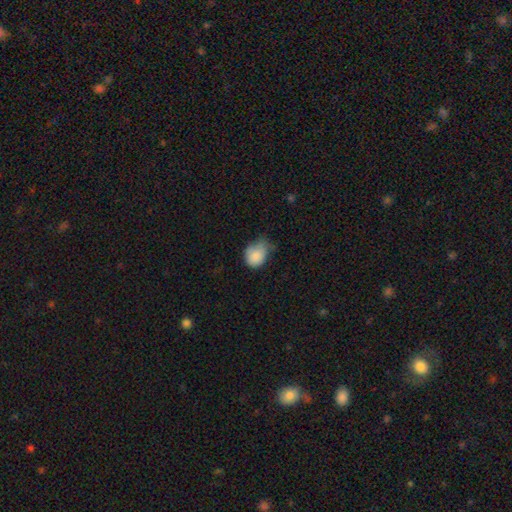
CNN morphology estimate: A smooth galaxy with no disk features (83%) that is in between round and cigar-shaped (52%).

Vote fractions:
- Smooth or featured? smooth: 83% / featured or disk: 8% / star or artifact: 8%
- How rounded? in between: 52% / round: 47% / cigar-shaped: 1%
- Merging? minor disturbance: 49% / none: 29% / major disturbance: 20% / merger: 3%